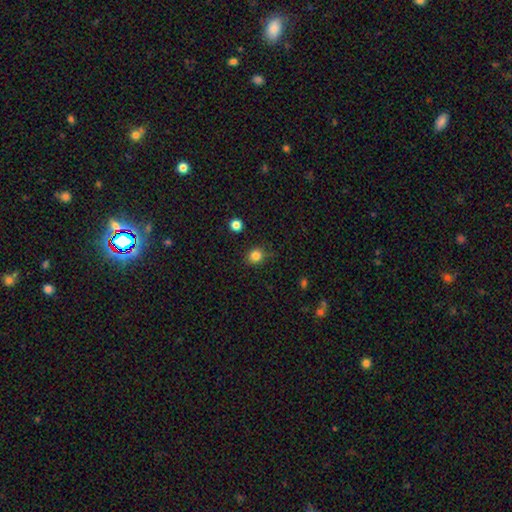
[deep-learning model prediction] smooth_or_featured: smooth (p=0.83) [alt: star or artifact p=0.12]
how_rounded: round (p=0.81) [alt: in between p=0.18]
merging: none (p=0.85) [alt: minor disturbance p=0.10]